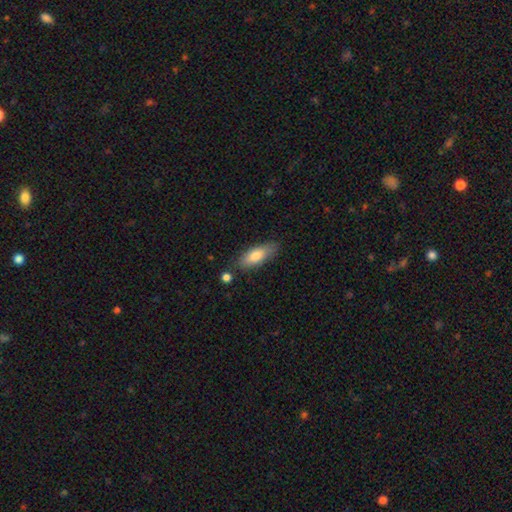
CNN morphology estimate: Smooth or featured: smooth — 78% (featured or disk — 16%)
How rounded: in between — 69% (cigar-shaped — 29%)
Merging: none — 77% (minor disturbance — 15%)